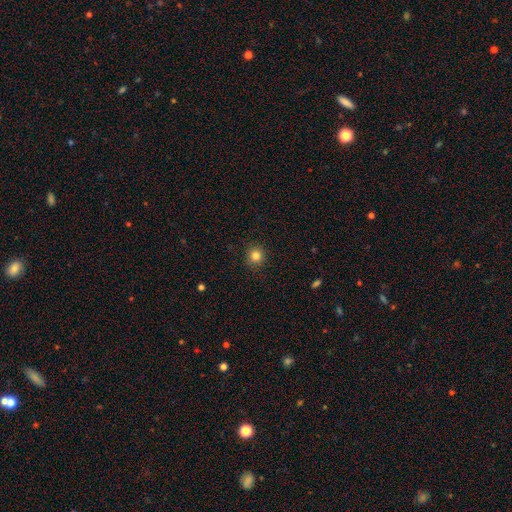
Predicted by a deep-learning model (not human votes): Smooth or featured: smooth — 83% (star or artifact — 12%)
How rounded: round — 93% (in between — 6%)
Merging: none — 90% (minor disturbance — 7%)